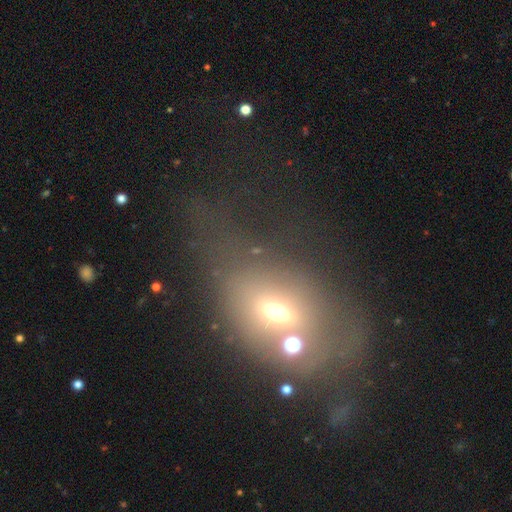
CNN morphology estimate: Smooth or featured?
  - smooth: 48% *
  - featured or disk: 28%
  - star or artifact: 24%
Merging?
  - major disturbance: 29% * (tied)
  - merger: 29% * (tied)
  - none: 25%
  - minor disturbance: 18%